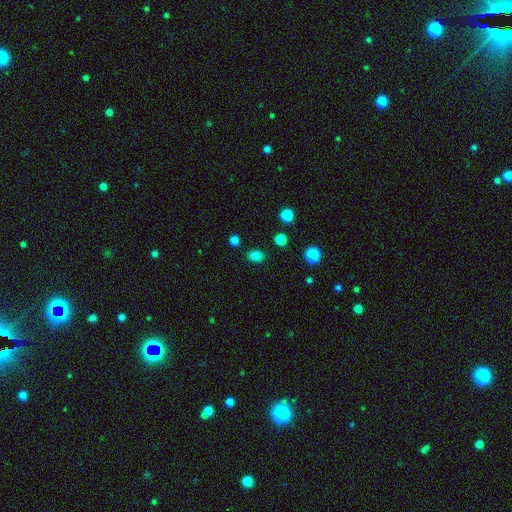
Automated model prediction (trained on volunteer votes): This appears to be a smooth galaxy with no disk features (82%) that is in between round and cigar-shaped (62%). Merging: none (85%).